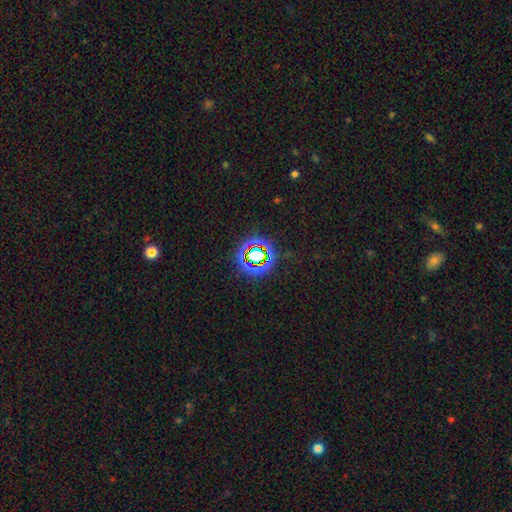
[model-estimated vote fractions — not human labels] Smooth or featured?
  - star or artifact: 71% *
  - smooth: 19%
  - featured or disk: 10%